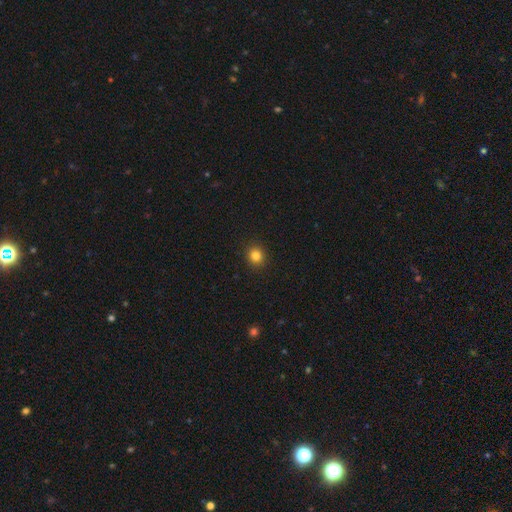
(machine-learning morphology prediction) type=smooth (84%); roundness=round (85%); merging=none (92%).